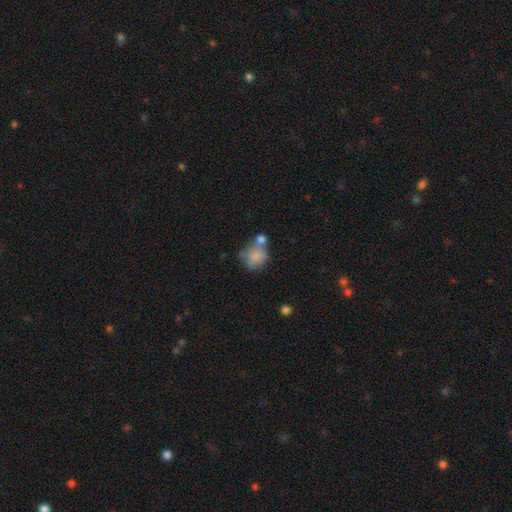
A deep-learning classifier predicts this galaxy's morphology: Smooth or featured?
  - smooth: 76% *
  - featured or disk: 15%
  - star or artifact: 9%
How rounded?
  - round: 72% *
  - in between: 27%
  - cigar-shaped: 1%
Merging?
  - none: 40% *
  - merger: 31%
  - minor disturbance: 20%
  - major disturbance: 10%